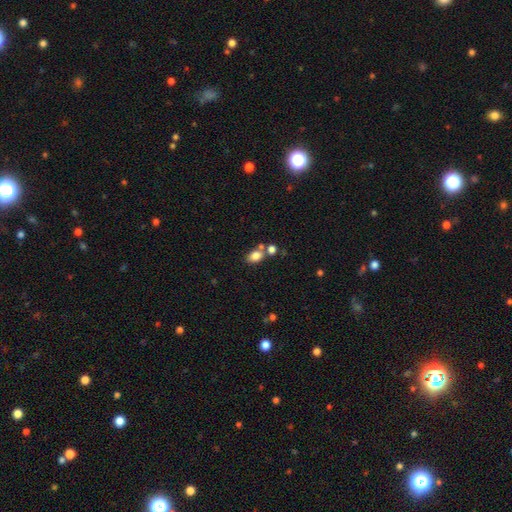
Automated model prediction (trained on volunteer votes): Morphology: type=smooth (82%); roundness=in between (79%); merging=none (58%).